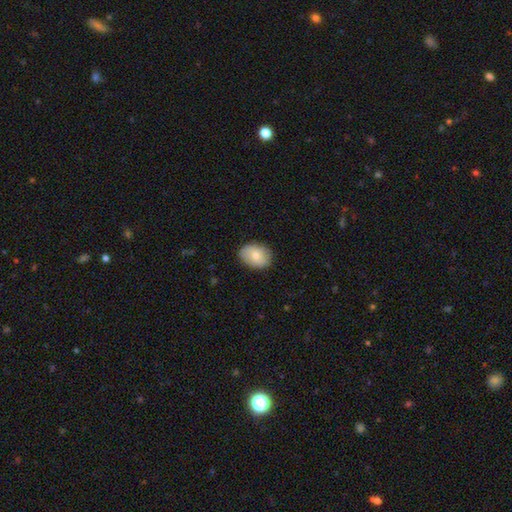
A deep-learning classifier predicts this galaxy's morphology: smooth 74%, featured or disk 19%, star or artifact 7%. Down the decision tree: how rounded — in between (69%); merging — none (84%).